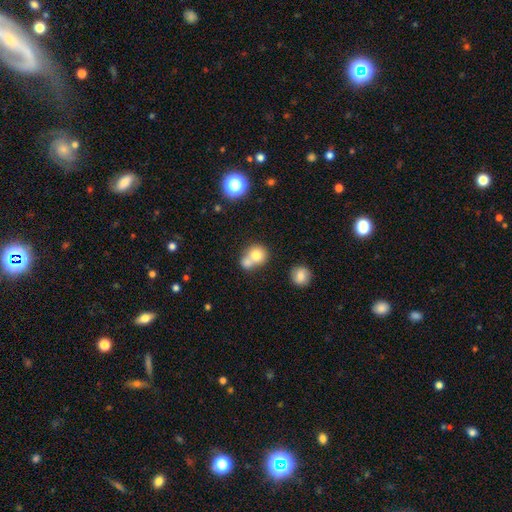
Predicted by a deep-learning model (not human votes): This is likely a smooth galaxy (75%). How rounded: likely round (79%). Merging: possibly merger (57%).